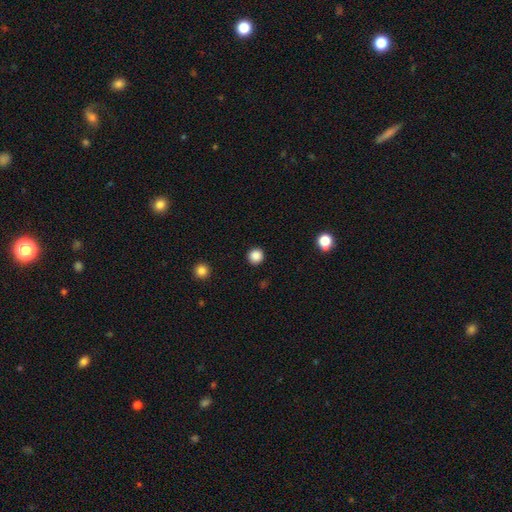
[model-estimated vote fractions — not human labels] Smooth or featured?
  - smooth: 86% *
  - star or artifact: 11%
  - featured or disk: 3%
How rounded?
  - round: 95% *
  - in between: 5%
  - cigar-shaped: 1%
Merging?
  - none: 92% *
  - minor disturbance: 5%
  - major disturbance: 2%
  - merger: 1%